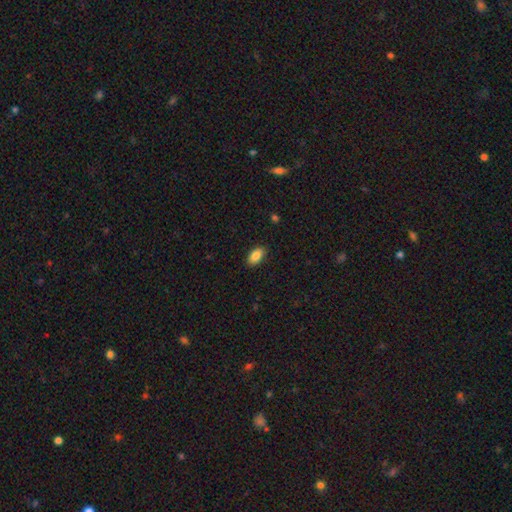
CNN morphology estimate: smooth_or_featured: smooth (p=0.86) [alt: star or artifact p=0.08]
how_rounded: in between (p=0.93) [alt: round p=0.04]
merging: none (p=0.88) [alt: minor disturbance p=0.09]